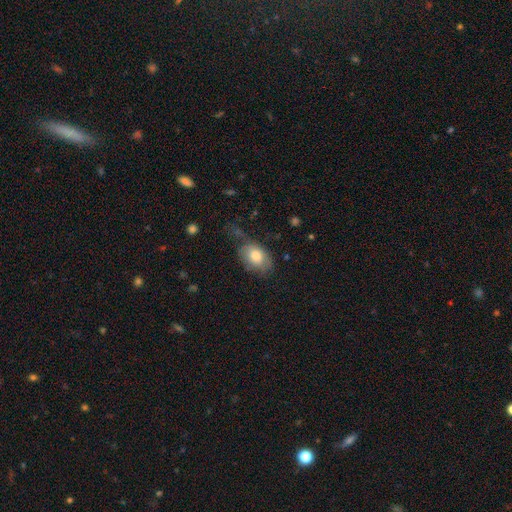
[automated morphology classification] type=smooth (75%); roundness=in between (82%); merging=none (47%).